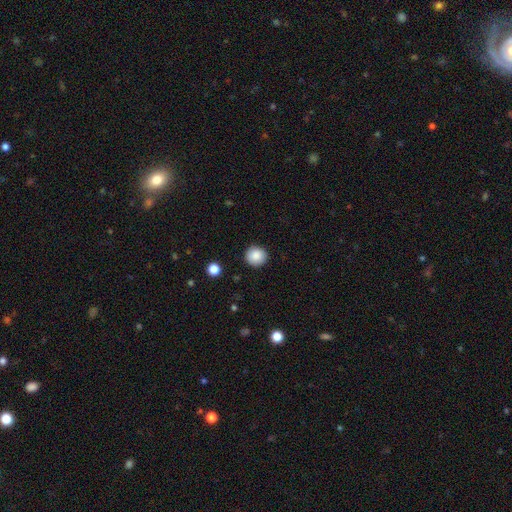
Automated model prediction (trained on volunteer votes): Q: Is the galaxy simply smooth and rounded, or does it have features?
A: smooth — 88%.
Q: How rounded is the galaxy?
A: round — 92%.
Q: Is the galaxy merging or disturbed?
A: none — 91%.